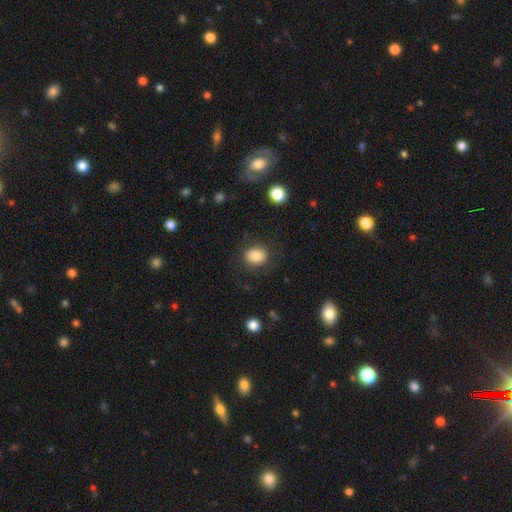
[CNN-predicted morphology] This is clearly a smooth galaxy (85%). How rounded: possibly round (56%). Merging: clearly none (83%).